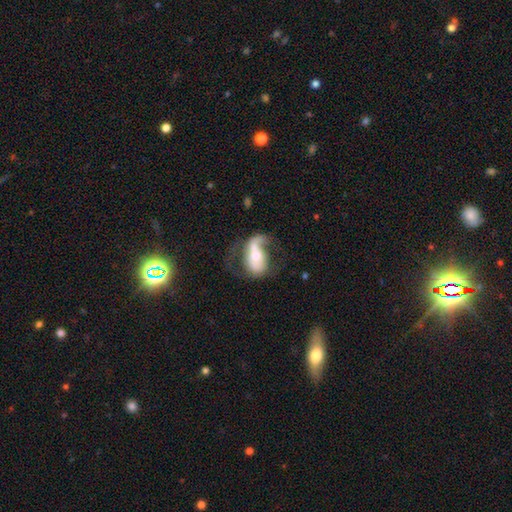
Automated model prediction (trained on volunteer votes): A featured or disk galaxy (60%) with no bar (49%), spiral arms (66%) and a moderate central bulge (52%). Merging: major disturbance (35%).